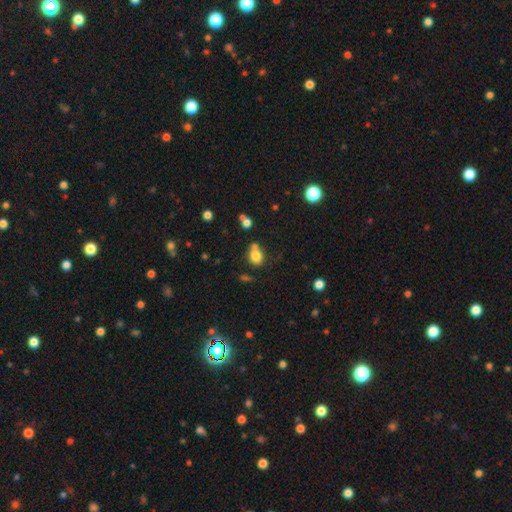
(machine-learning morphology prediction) Overall: smooth (81%). How rounded: round (59%; in between 40%). Merging: none (56%; merger 22%).